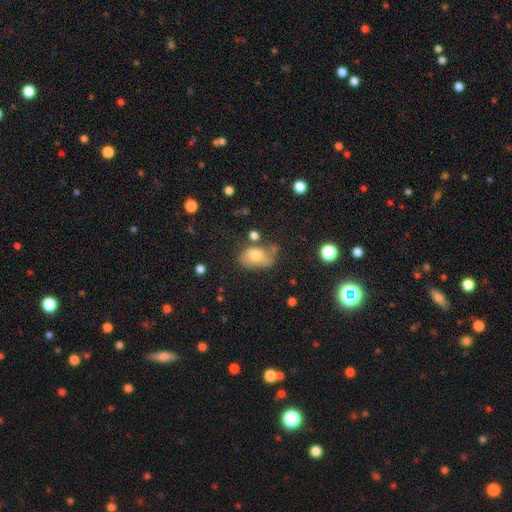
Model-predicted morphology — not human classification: Smooth or featured? smooth (66%)
How rounded? in between (82%)
Merging? none (51%)